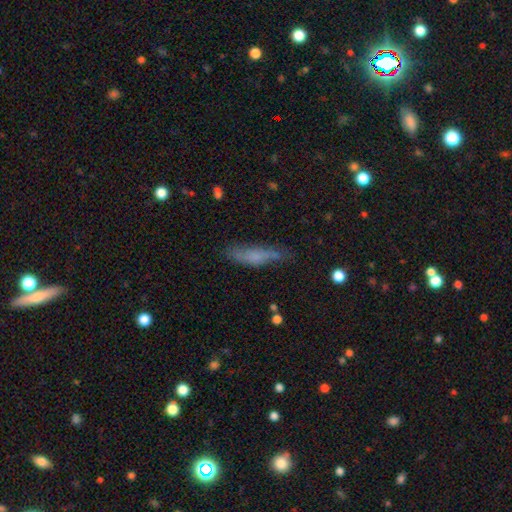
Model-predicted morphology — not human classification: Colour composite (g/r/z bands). It shows a smooth galaxy with no disk features (61%) that is cigar-shaped (68%). Merging: none (60%).